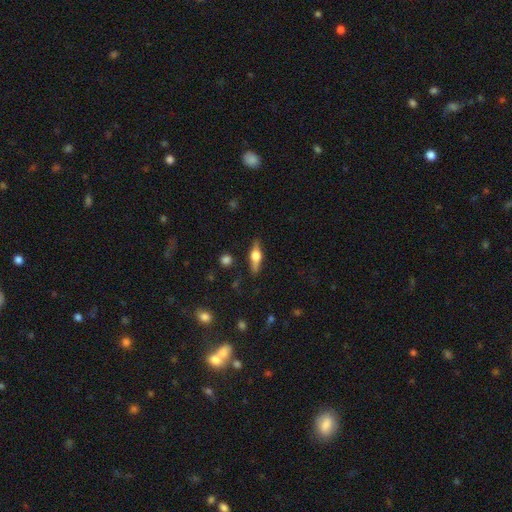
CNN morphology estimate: Smooth or featured?
  - featured or disk: 62% *
  - smooth: 31%
  - star or artifact: 7%
Edge-on disk?
  - yes: 96% *
  - no: 4%
Edge-on bulge?
  - rounded: 94% *
  - boxy: 5%
  - none: 2%
Merging?
  - none: 85% *
  - minor disturbance: 11%
  - major disturbance: 3%
  - merger: 2%